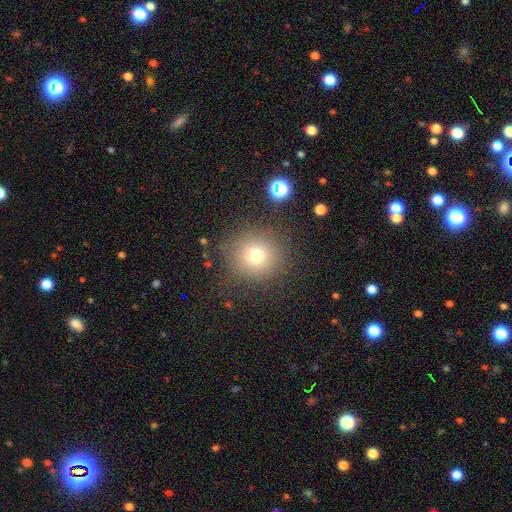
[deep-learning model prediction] Smooth or featured? Predicted: smooth (p=0.72). How rounded? Predicted: round (p=0.92). Merging? Predicted: none (p=0.83).